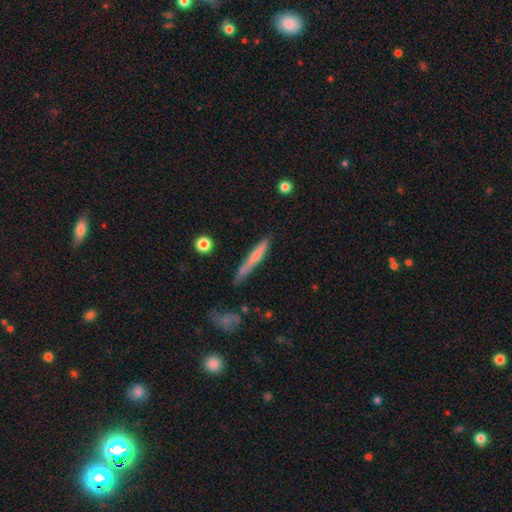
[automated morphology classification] smooth 54%, featured or disk 39%, star or artifact 7%. Down the decision tree: how rounded — cigar-shaped (93%); merging — none (71%).